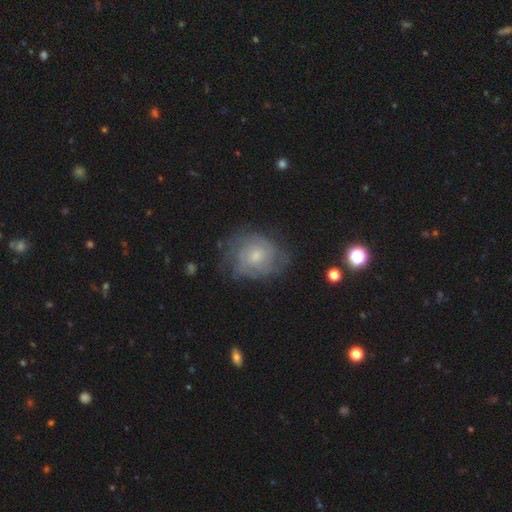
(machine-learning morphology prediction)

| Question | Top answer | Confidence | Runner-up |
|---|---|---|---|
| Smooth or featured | featured or disk | 63% | smooth (29%) |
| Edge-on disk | no | 97% | yes (3%) |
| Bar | no | 77% | weak (21%) |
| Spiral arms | yes | 81% | no (19%) |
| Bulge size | small | 55% | moderate (37%) |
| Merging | none | 65% | minor disturbance (23%) |